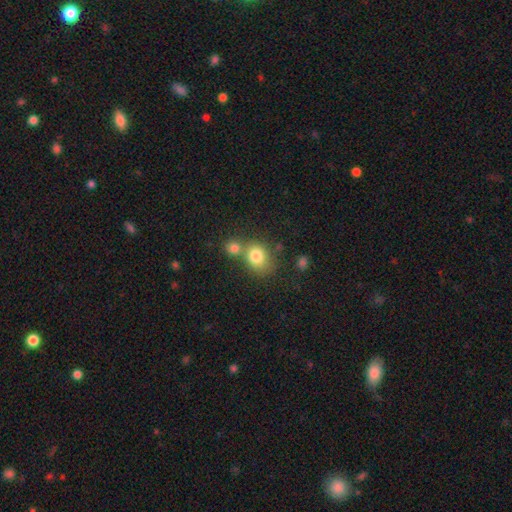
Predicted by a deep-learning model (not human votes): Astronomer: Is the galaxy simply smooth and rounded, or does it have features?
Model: smooth — 79%.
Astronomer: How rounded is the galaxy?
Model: round — 60% (runner-up: in between, 39%).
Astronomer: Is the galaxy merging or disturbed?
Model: merger — 42%, tied with none at 42%.